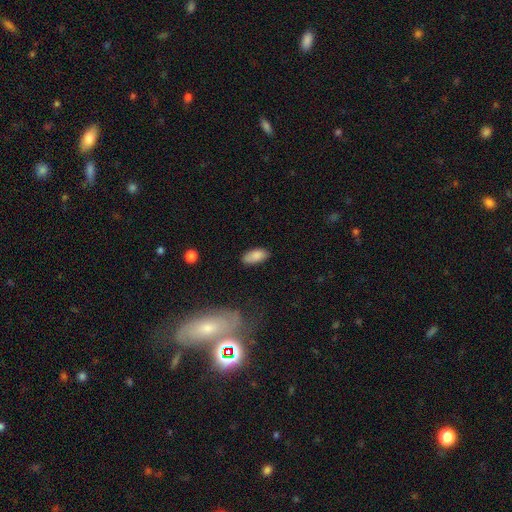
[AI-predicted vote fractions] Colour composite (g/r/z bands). It shows a smooth galaxy with no disk features (87%) that is in between round and cigar-shaped (90%). Merging: none (81%).